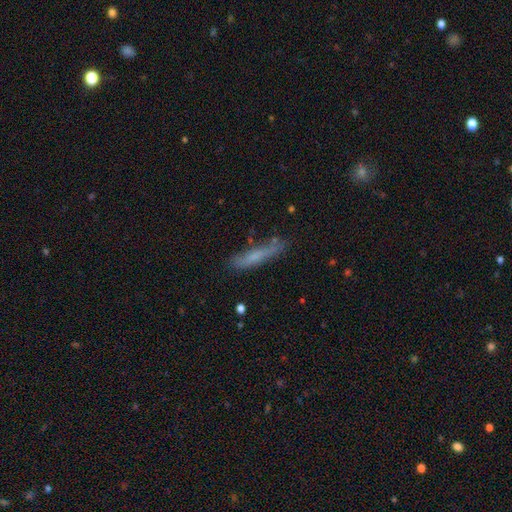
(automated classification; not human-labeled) The model was most divided on "smooth or featured": smooth: 64%, featured or disk: 28%, star or artifact: 8%. More confident: how rounded — cigar-shaped (89%); merging — none (69%).